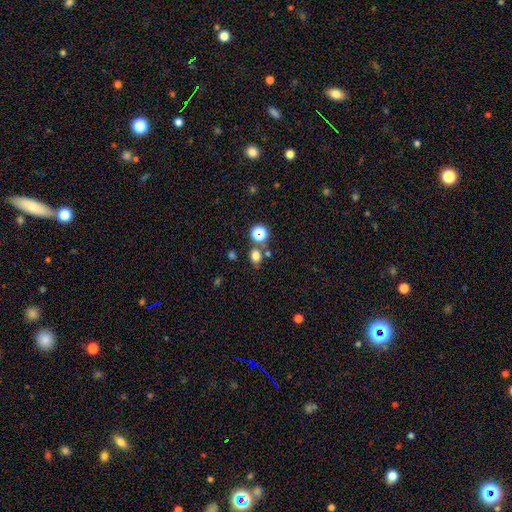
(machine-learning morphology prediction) The model was most divided on "how rounded": round: 54%, in between: 45%, cigar-shaped: 1%. More confident: smooth or featured — smooth (72%); merging — none (70%).